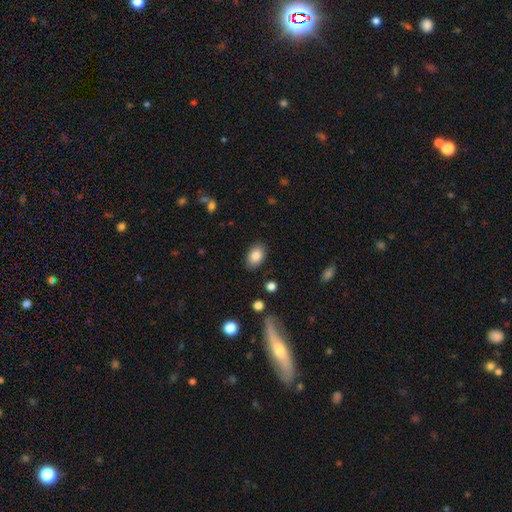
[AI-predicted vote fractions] A smooth galaxy with no disk features (85%) that is in between round and cigar-shaped (84%). Merging: none (86%).